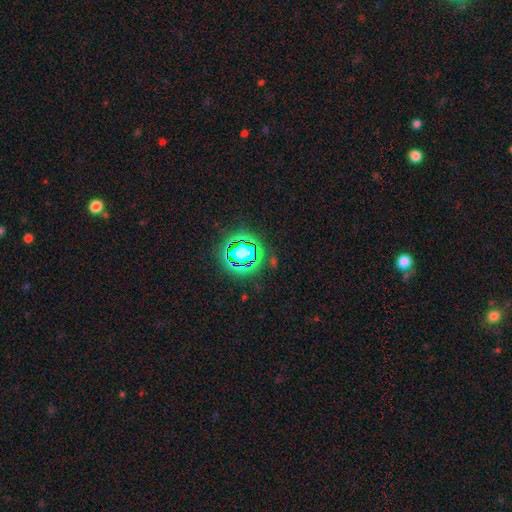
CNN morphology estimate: A star or artifact, not a galaxy (78%).